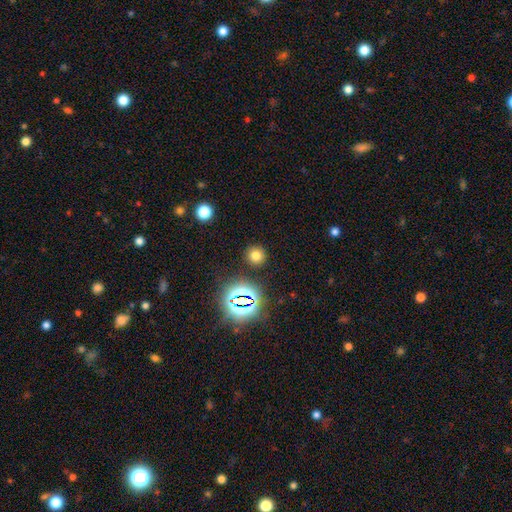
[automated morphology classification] smooth 70%, star or artifact 22%, featured or disk 8%. Down the decision tree: how rounded — round (92%); merging — none (89%).